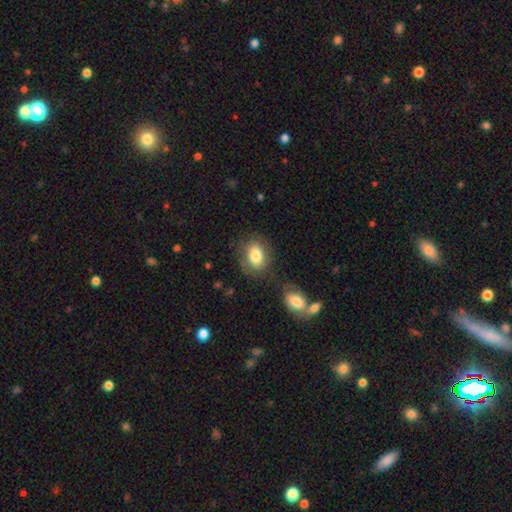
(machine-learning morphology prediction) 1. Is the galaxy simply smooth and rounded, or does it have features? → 81% smooth, 11% featured or disk, 8% star or artifact.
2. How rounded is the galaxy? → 69% in between, 30% round, 1% cigar-shaped.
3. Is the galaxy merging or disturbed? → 74% none, 14% minor disturbance, 7% merger, 5% major disturbance.